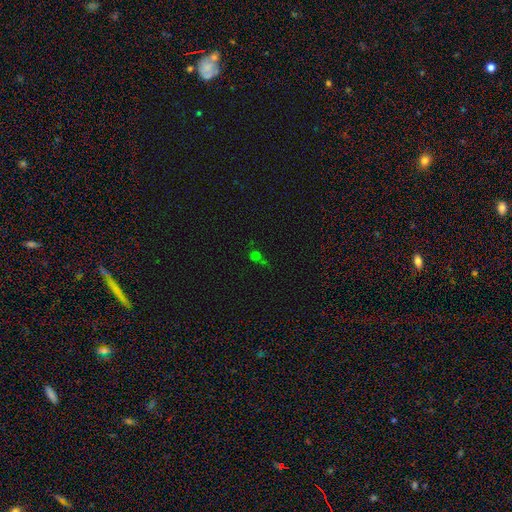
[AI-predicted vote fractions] The model was most divided on "smooth or featured": star or artifact: 45%, smooth: 44%, featured or disk: 10%.